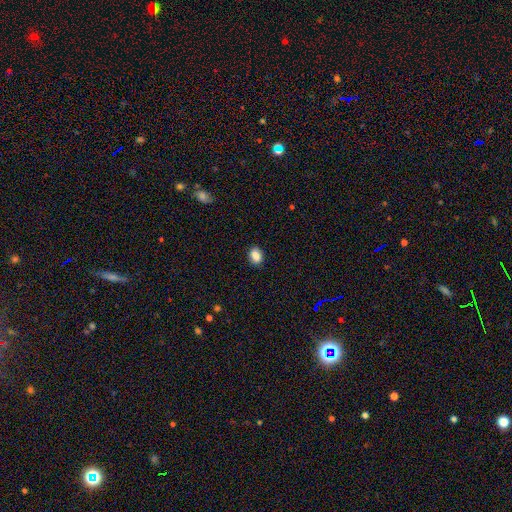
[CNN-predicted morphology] A smooth galaxy with no disk features (87%) that is in between round and cigar-shaped (73%).

Vote fractions:
- Smooth or featured? smooth: 87% / star or artifact: 9% / featured or disk: 4%
- How rounded? in between: 73% / round: 26% / cigar-shaped: 1%
- Merging? none: 88% / minor disturbance: 8% / major disturbance: 2% / merger: 1%